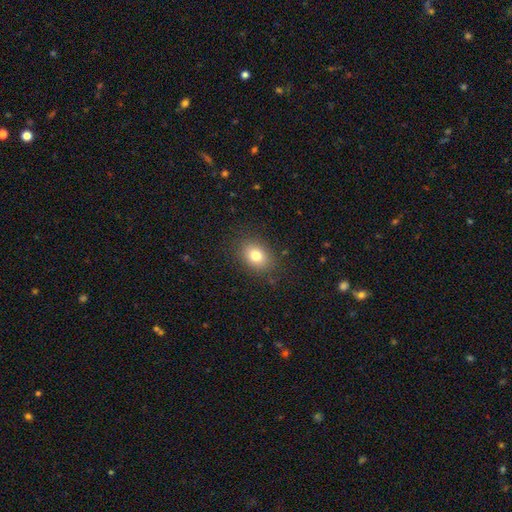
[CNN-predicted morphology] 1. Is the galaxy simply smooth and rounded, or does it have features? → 80% smooth, 11% star or artifact, 9% featured or disk.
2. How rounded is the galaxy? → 66% in between, 33% round, 1% cigar-shaped.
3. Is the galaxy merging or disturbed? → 85% none, 10% minor disturbance, 4% major disturbance, 1% merger.